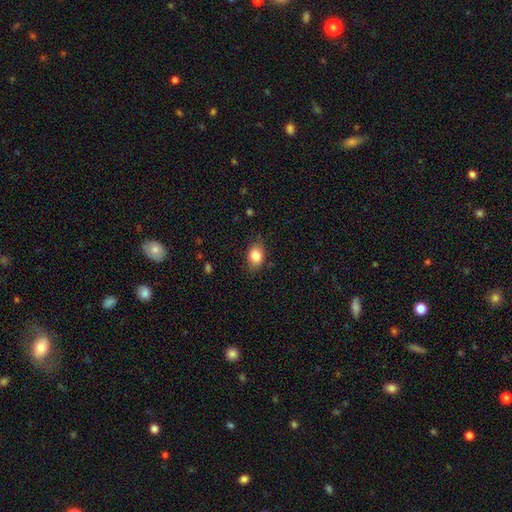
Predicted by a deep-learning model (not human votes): Smooth or featured? smooth (85%)
How rounded? in between (74%)
Merging? none (79%)